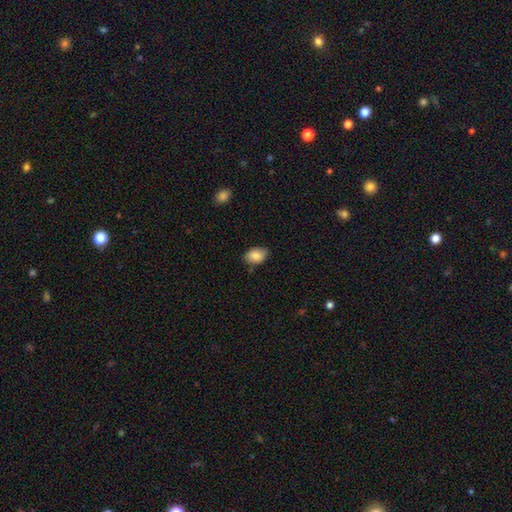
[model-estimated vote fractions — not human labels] smooth 87%, star or artifact 7%, featured or disk 6%. Down the decision tree: how rounded — in between (82%); merging — none (77%).